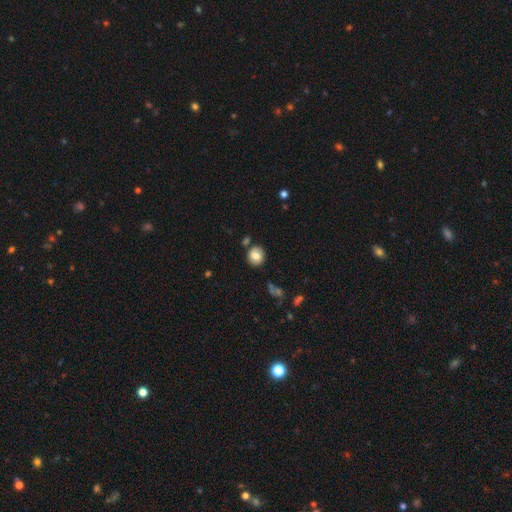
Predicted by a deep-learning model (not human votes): Smooth or featured: smooth — 71% (featured or disk — 20%)
How rounded: round — 77% (in between — 22%)
Merging: none — 78% (minor disturbance — 13%)